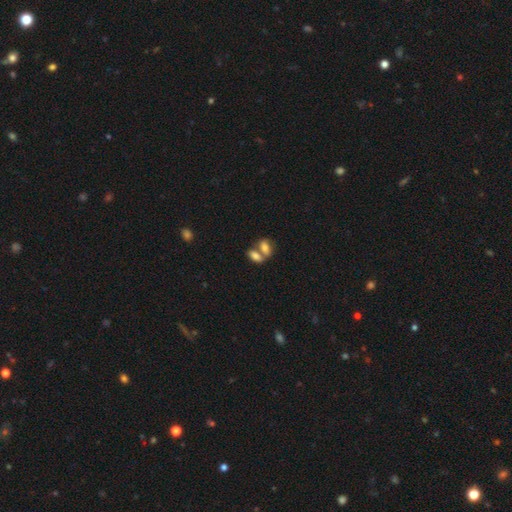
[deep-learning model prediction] Smooth or featured? smooth (78%)
How rounded? in between (86%)
Merging? merger (58%)